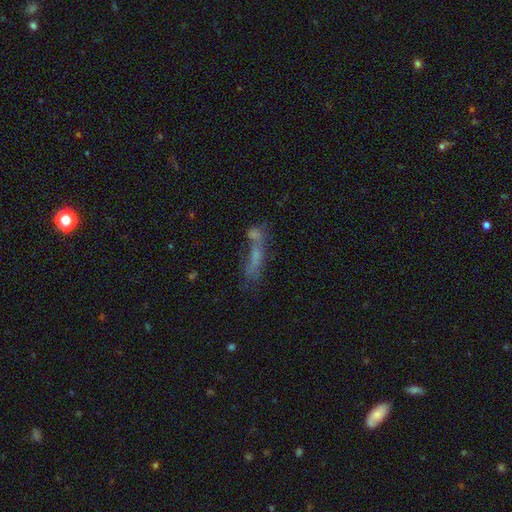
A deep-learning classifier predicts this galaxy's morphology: This appears to be a smooth galaxy with no disk features (46%). Merging: merger (36%, tied with none).